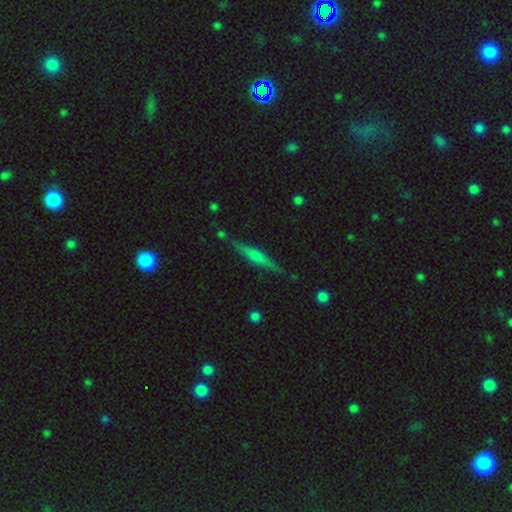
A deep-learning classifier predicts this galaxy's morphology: Overall: featured or disk (64%; smooth 28%). Edge-on disk: yes (97%). Edge-on bulge: rounded (60%; boxy 25%). Merging: none (86%).